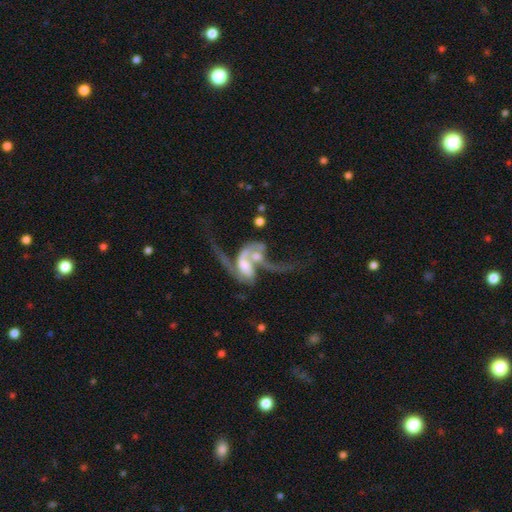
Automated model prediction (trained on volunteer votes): Smooth or featured: featured or disk — 78% (smooth — 15%)
Edge-on disk: no — 95% (yes — 5%)
Bar: no — 53% (weak — 32%)
Spiral arms: yes — 85% (no — 15%)
Spiral winding: loose — 75% (medium — 19%)
Spiral arm count: 2 — 69% (1 — 16%)
Bulge size: moderate — 38% (small — 22%)
Merging: merger — 69% (major disturbance — 17%)